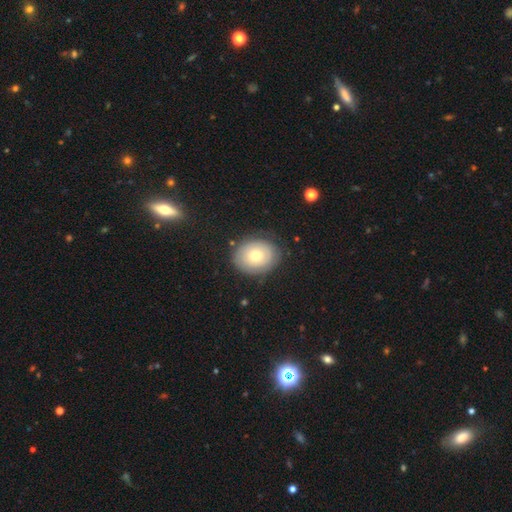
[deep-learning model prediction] A smooth galaxy with no disk features (60%) that is round (52%). Merging: none (81%).